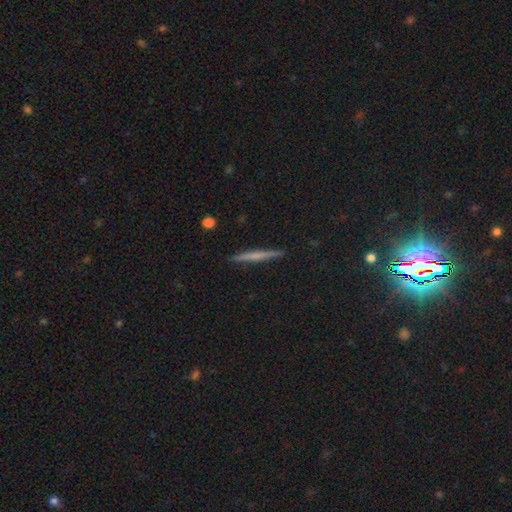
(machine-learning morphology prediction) The model was most divided on "smooth or featured": featured or disk: 49%, smooth: 43%, star or artifact: 8%. More confident: merging — none (92%).